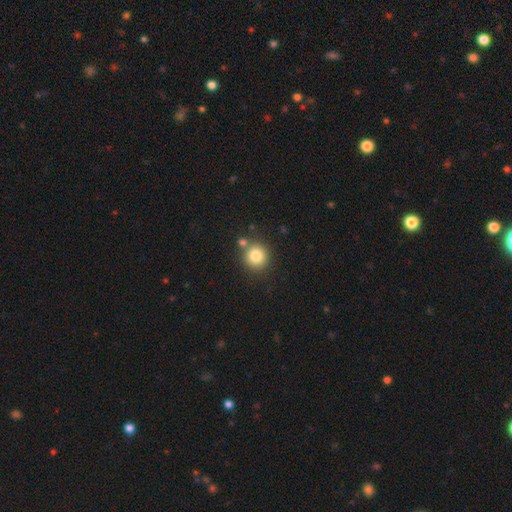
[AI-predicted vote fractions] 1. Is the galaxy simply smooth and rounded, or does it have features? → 82% smooth, 11% star or artifact, 8% featured or disk.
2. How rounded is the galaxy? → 91% round, 8% in between, 1% cigar-shaped.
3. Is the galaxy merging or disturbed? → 75% none, 13% merger, 9% minor disturbance, 3% major disturbance.